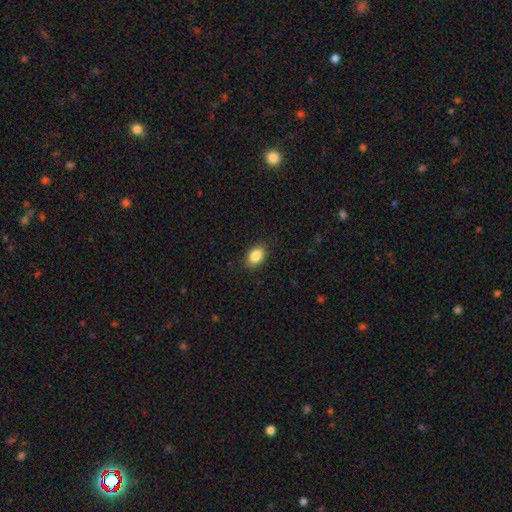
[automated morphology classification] Smooth or featured?
  - smooth: 87% *
  - star or artifact: 8%
  - featured or disk: 5%
How rounded?
  - in between: 85% *
  - round: 14%
  - cigar-shaped: 1%
Merging?
  - none: 88% *
  - minor disturbance: 9%
  - major disturbance: 2%
  - merger: 1%